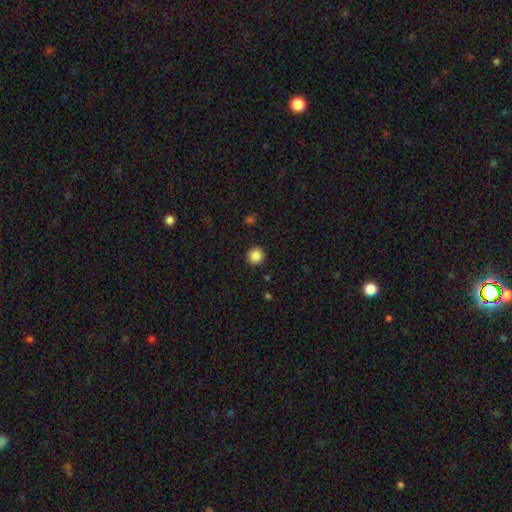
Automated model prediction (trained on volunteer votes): smooth_or_featured: smooth (p=0.87) [alt: star or artifact p=0.10]
how_rounded: round (p=0.93) [alt: in between p=0.07]
merging: none (p=0.92) [alt: minor disturbance p=0.05]